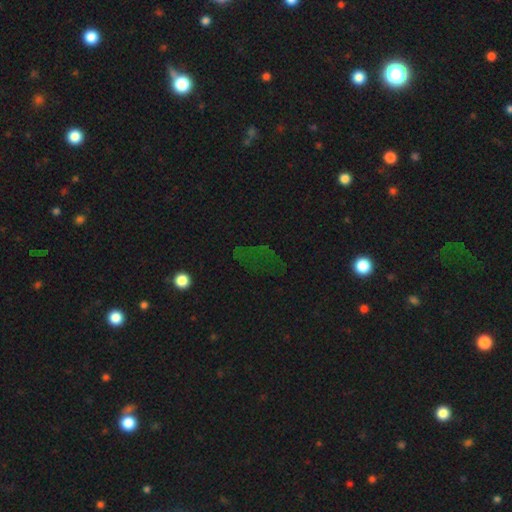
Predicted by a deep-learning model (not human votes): This is likely a star or artifact rather than a galaxy (66%).